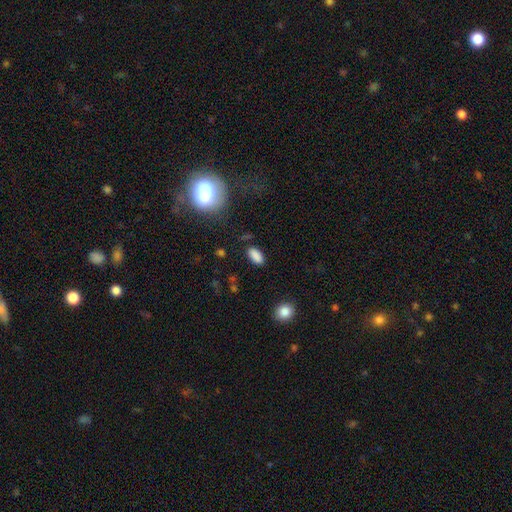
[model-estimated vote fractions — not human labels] A smooth galaxy with no disk features (86%) that is in between round and cigar-shaped (92%). Merging: none (84%).